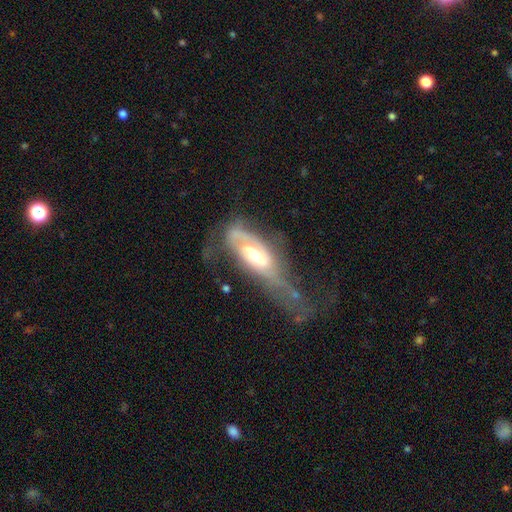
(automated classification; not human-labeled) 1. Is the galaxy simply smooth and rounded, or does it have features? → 67% featured or disk, 25% smooth, 8% star or artifact.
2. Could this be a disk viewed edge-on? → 78% no, 22% yes.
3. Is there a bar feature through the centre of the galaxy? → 63% no, 27% weak, 11% strong.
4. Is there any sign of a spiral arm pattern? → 63% yes, 37% no.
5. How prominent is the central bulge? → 59% moderate, 23% small, 14% large, 2% none, 2% dominant.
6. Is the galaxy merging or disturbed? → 53% major disturbance, 22% none, 20% minor disturbance, 5% merger.